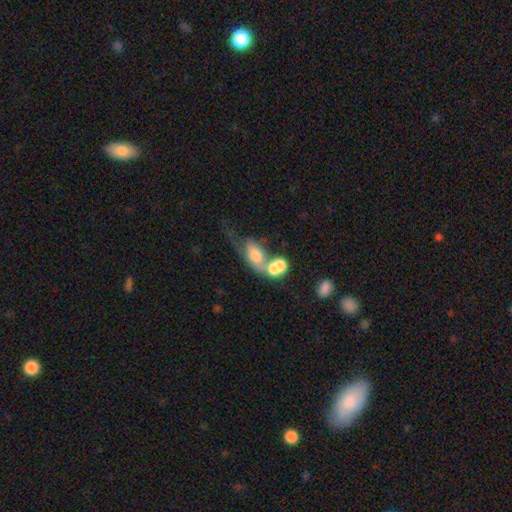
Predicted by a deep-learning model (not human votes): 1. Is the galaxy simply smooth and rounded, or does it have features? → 60% smooth, 29% featured or disk, 10% star or artifact.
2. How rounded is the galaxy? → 77% in between, 18% round, 5% cigar-shaped.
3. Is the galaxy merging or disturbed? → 61% merger, 16% major disturbance, 15% none, 9% minor disturbance.